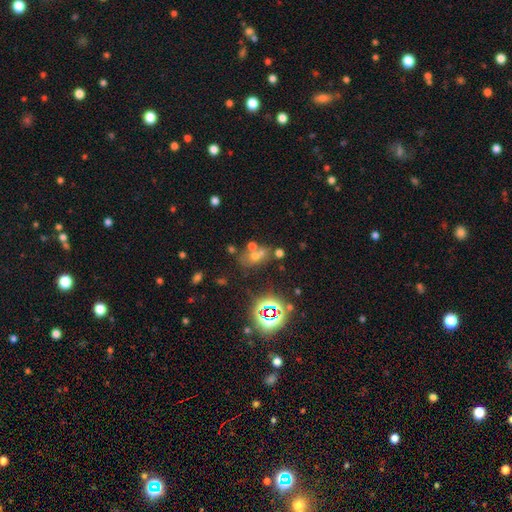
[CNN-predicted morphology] Smooth or featured: smooth — 42% (star or artifact — 38%)
Merging: none — 44% (merger — 39%)